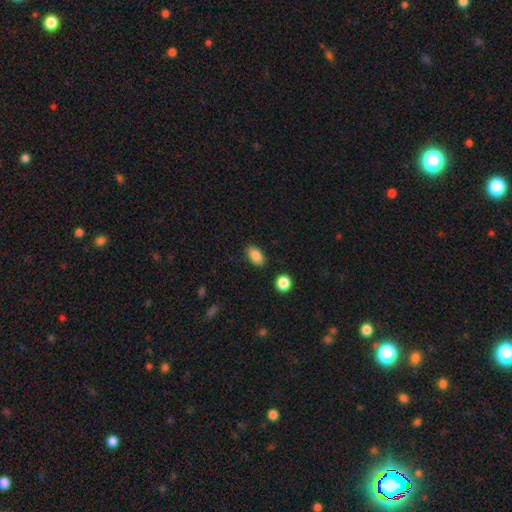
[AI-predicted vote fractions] Morphology: type=smooth (87%); roundness=in between (89%); merging=none (85%).